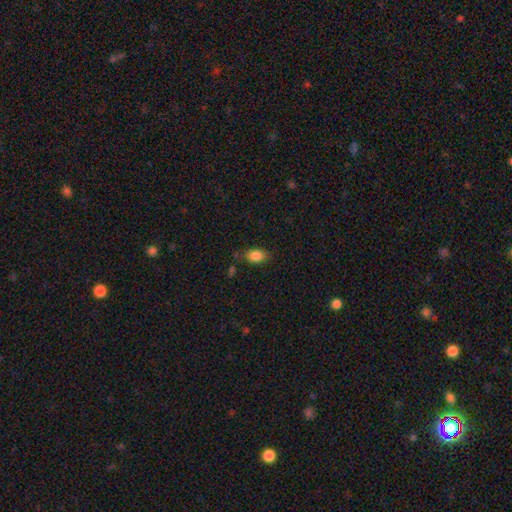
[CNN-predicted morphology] This appears to be a smooth galaxy with no disk features (86%) that is in between round and cigar-shaped (84%). Merging: none (75%).